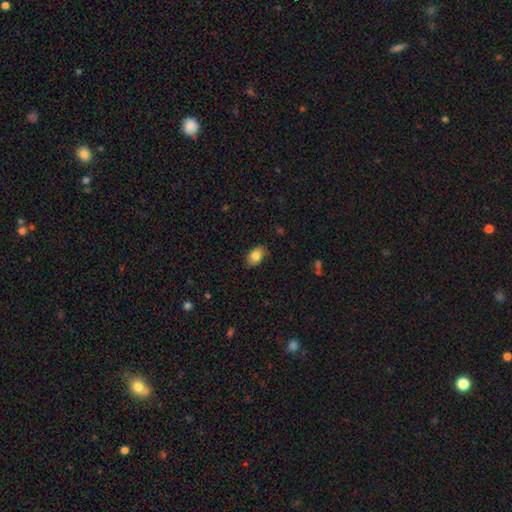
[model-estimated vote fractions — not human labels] smooth_or_featured: smooth (p=0.83) [alt: featured or disk p=0.09]
how_rounded: in between (p=0.85) [alt: round p=0.13]
merging: none (p=0.82) [alt: minor disturbance p=0.14]